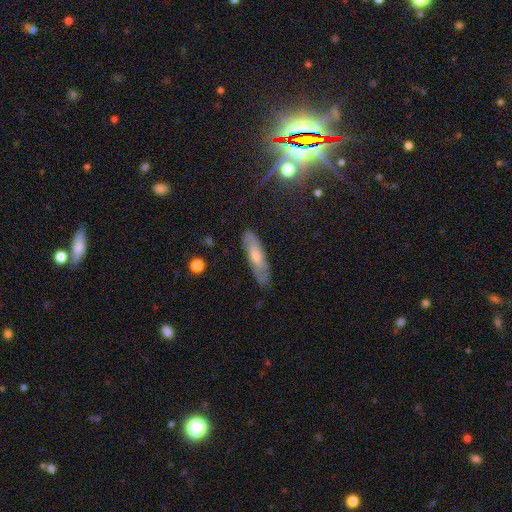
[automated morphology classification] Overall: featured or disk (55%; smooth 36%). Edge-on disk: no (63%; yes 37%). Merging: none (78%).